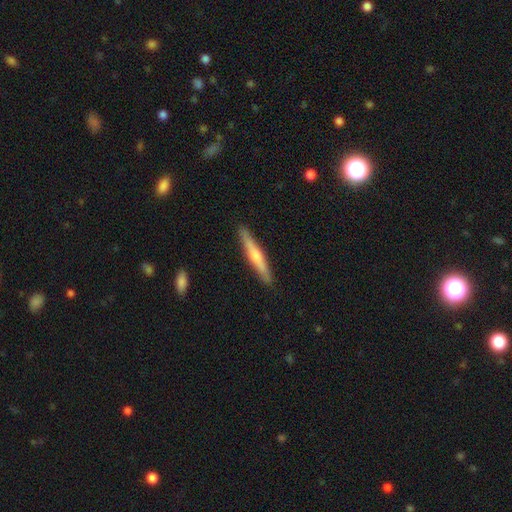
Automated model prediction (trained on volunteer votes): A featured or disk galaxy (52%) viewed edge-on (96%).

Vote fractions:
- Smooth or featured? featured or disk: 52% / smooth: 43% / star or artifact: 5%
- Edge-on disk? yes: 96% / no: 4%
- Merging? none: 90% / minor disturbance: 7% / major disturbance: 2% / merger: 1%